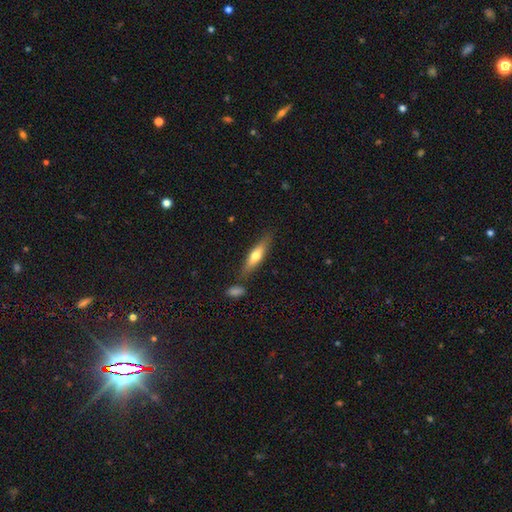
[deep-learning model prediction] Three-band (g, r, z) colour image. It shows a smooth galaxy with no disk features (53%) that is cigar-shaped (74%). Merging: none (77%).